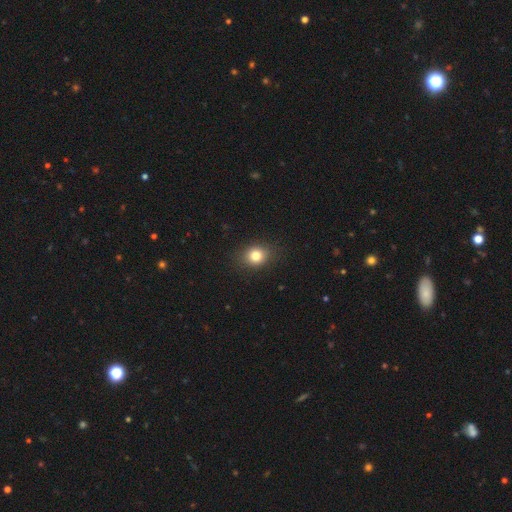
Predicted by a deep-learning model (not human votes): smooth_or_featured: smooth (p=0.81) [alt: star or artifact p=0.12]
how_rounded: round (p=0.62) [alt: in between p=0.37]
merging: none (p=0.87) [alt: minor disturbance p=0.09]